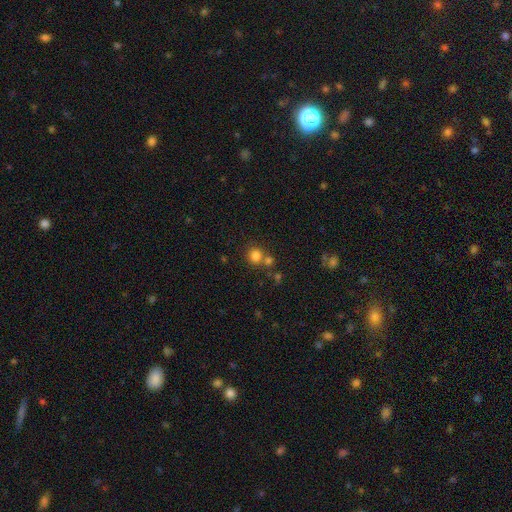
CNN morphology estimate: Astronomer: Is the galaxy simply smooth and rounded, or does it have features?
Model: smooth — 80%.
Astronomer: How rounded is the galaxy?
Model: round — 82%.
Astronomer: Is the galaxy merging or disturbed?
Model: none — 58%.